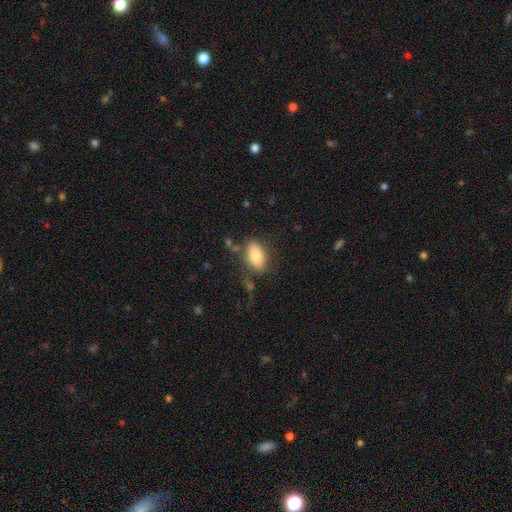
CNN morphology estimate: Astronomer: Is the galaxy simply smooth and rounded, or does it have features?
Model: smooth — 80%.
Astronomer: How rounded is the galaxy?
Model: in between — 91%.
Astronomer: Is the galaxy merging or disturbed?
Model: none — 72%.